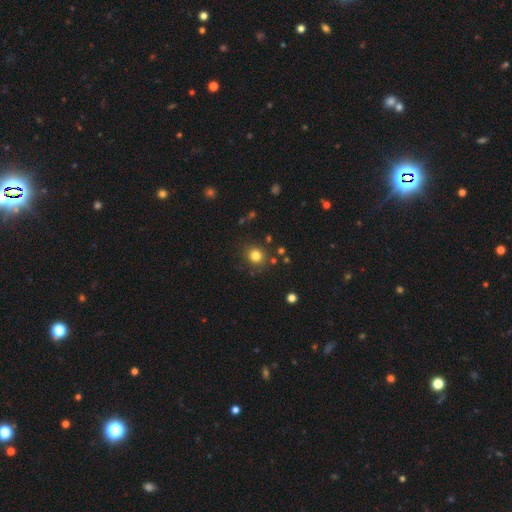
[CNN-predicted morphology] smooth 81%, star or artifact 13%, featured or disk 6%. Down the decision tree: how rounded — round (86%); merging — none (85%).